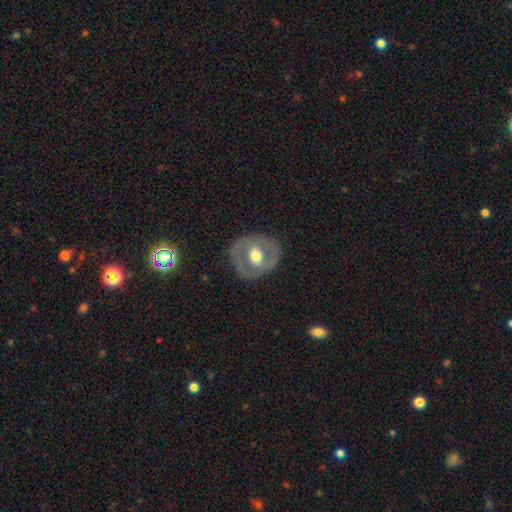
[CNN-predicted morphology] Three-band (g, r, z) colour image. It shows a featured or disk galaxy (56%) with no bar (63%), no spiral arms (75%) and a moderate central bulge (68%). Merging: none (79%).